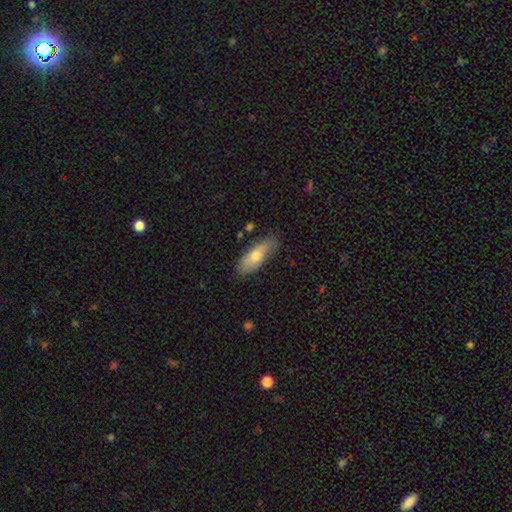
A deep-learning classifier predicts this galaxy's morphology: type=smooth (68%); roundness=in between (62%); merging=none (74%).